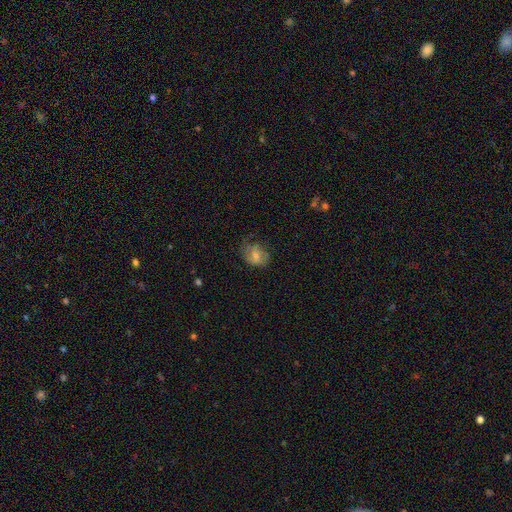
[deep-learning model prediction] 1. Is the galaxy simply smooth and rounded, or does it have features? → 57% smooth, 34% featured or disk, 9% star or artifact.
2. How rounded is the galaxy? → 61% in between, 37% round, 1% cigar-shaped.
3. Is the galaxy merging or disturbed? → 51% none, 28% minor disturbance, 19% major disturbance, 2% merger.